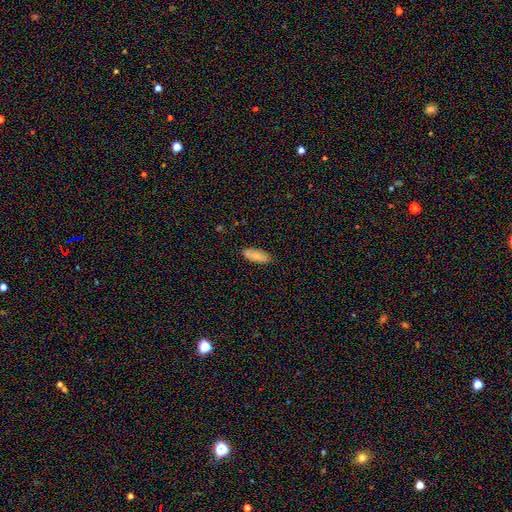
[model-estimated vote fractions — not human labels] Smooth or featured? smooth (78%)
How rounded? in between (86%)
Merging? none (85%)